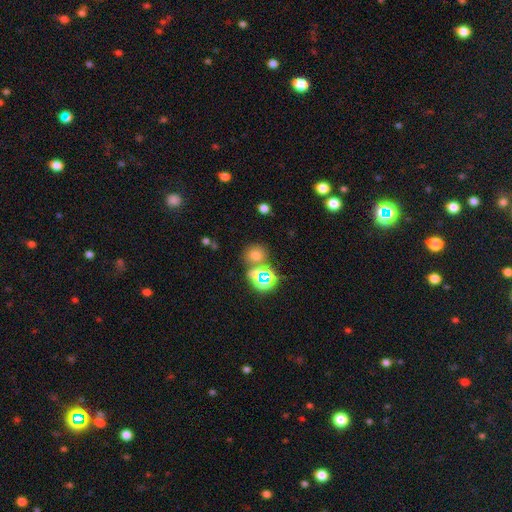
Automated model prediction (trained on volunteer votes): A smooth galaxy with no disk features (61%) that is round (76%).

Vote fractions:
- Smooth or featured? smooth: 61% / star or artifact: 30% / featured or disk: 9%
- How rounded? round: 76% / in between: 23% / cigar-shaped: 1%
- Merging? none: 69% / merger: 17% / minor disturbance: 10% / major disturbance: 4%